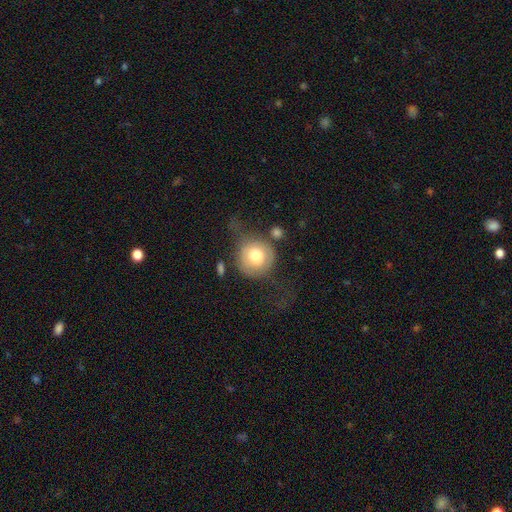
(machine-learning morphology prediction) smooth 66%, featured or disk 27%, star or artifact 7%. Down the decision tree: how rounded — round (91%); merging — none (44%).